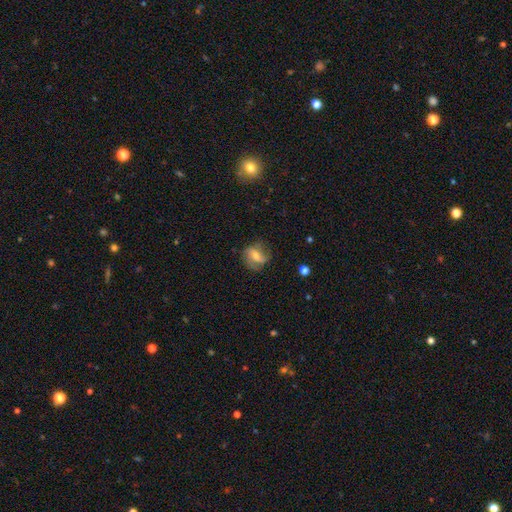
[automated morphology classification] The model was most divided on "bulge size": moderate: 47%, small: 41%, none: 6%, large: 5%, dominant: 1%. Remaining: edge-on disk — no (95%); spiral arms — yes (83%); merging — none (65%); smooth or featured — featured or disk (55%); bar — weak (41%).